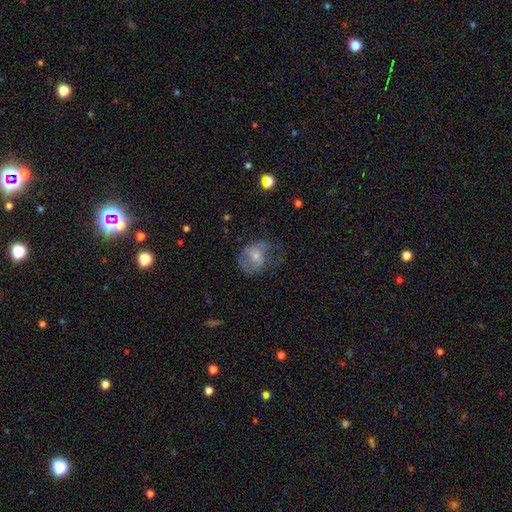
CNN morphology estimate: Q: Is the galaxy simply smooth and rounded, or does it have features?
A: smooth — 48%.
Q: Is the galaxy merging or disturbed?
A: none — 42%.